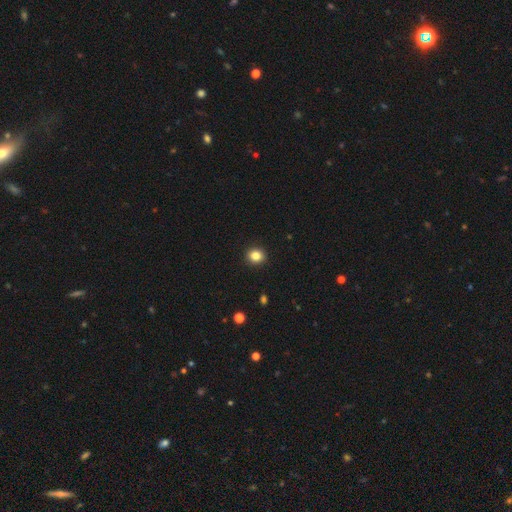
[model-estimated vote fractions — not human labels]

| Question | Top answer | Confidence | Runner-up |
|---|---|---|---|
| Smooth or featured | smooth | 84% | star or artifact (11%) |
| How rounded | round | 84% | in between (15%) |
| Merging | none | 93% | minor disturbance (5%) |